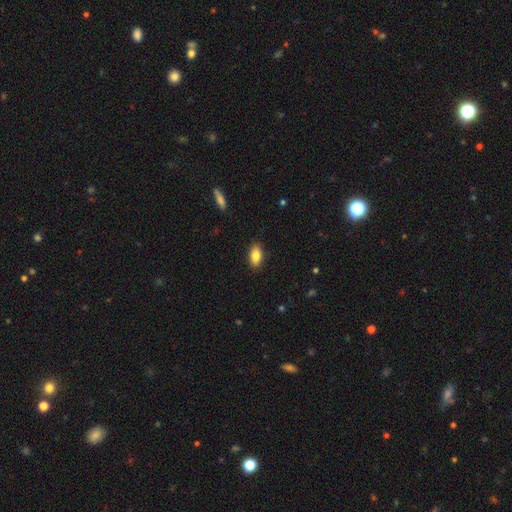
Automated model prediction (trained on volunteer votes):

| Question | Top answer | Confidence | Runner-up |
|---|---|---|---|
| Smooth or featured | smooth | 84% | featured or disk (8%) |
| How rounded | in between | 90% | cigar-shaped (5%) |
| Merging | none | 88% | minor disturbance (9%) |